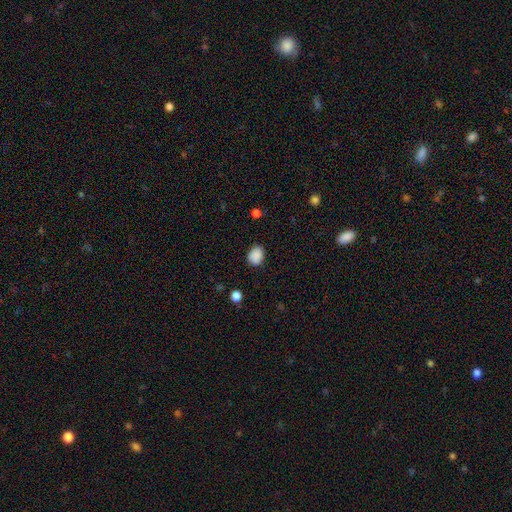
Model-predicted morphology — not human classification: Overall: smooth (87%). How rounded: in between (53%; round 46%). Merging: none (78%).